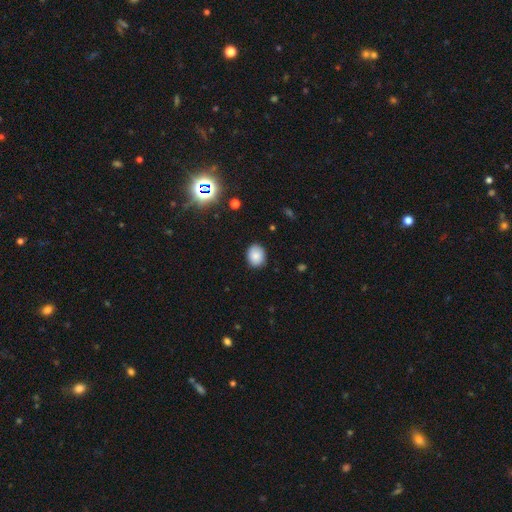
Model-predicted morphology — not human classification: Smooth or featured: smooth — 85% (star or artifact — 9%)
How rounded: round — 51% (in between — 48%)
Merging: none — 87% (minor disturbance — 10%)